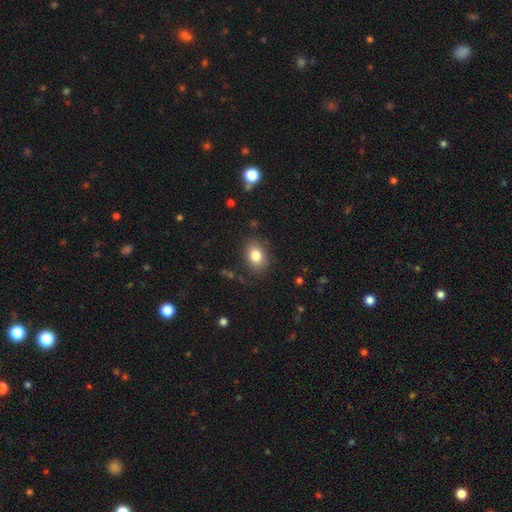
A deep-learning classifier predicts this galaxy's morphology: A smooth galaxy with no disk features (82%) that is in between round and cigar-shaped (68%). Merging: none (83%).